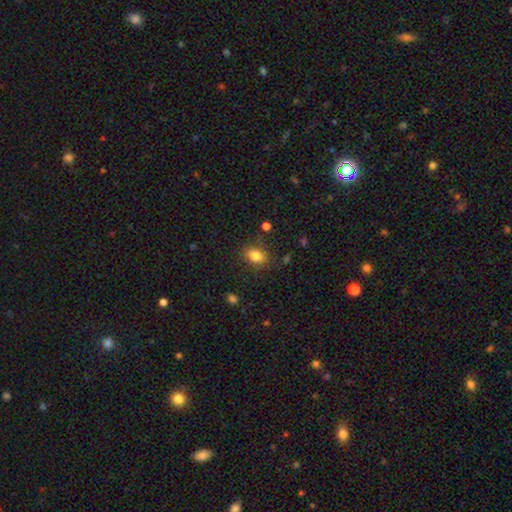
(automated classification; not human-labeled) Smooth or featured? smooth (83%)
How rounded? in between (73%)
Merging? none (80%)